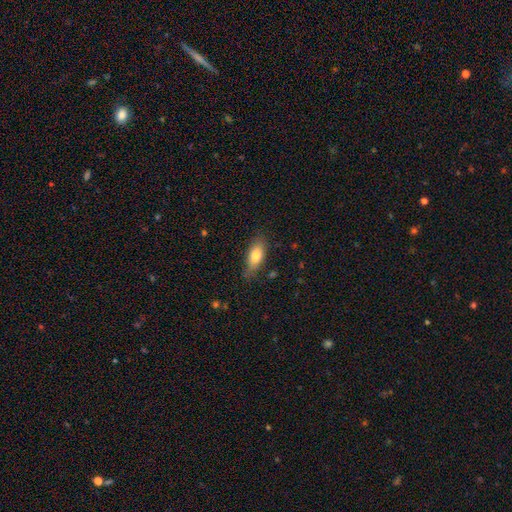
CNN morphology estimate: Smooth or featured: smooth — 78% (featured or disk — 16%)
How rounded: in between — 78% (cigar-shaped — 18%)
Merging: none — 76% (minor disturbance — 18%)